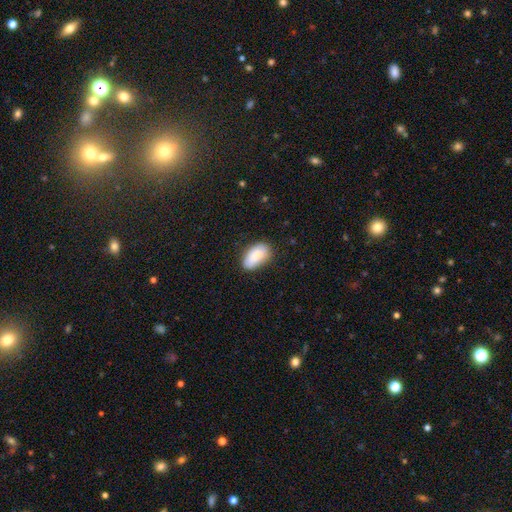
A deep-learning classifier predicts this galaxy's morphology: This is clearly a smooth galaxy (84%). How rounded: clearly in between (93%). Merging: likely none (69%).